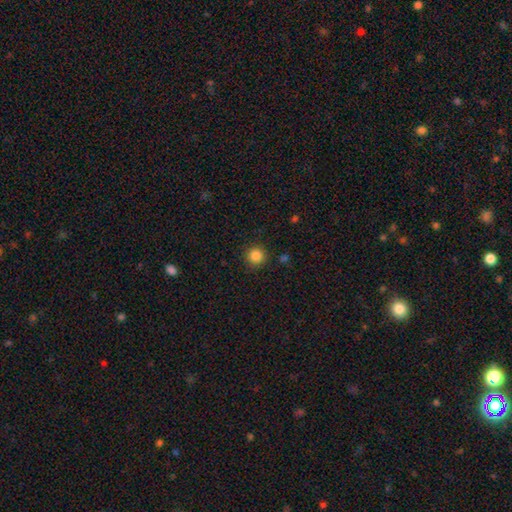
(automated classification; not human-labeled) This appears to be a smooth galaxy with no disk features (85%) that is round (94%). Merging: none (90%).